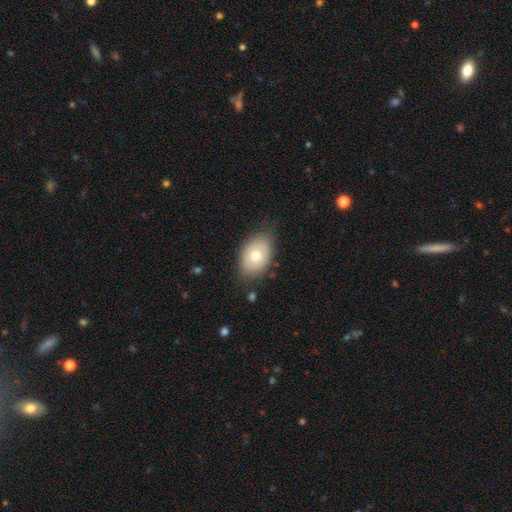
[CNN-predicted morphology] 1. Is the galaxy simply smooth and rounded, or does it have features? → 73% smooth, 19% featured or disk, 8% star or artifact.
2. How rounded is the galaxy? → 86% in between, 13% round, 1% cigar-shaped.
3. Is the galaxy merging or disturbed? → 76% none, 18% minor disturbance, 4% major disturbance, 2% merger.